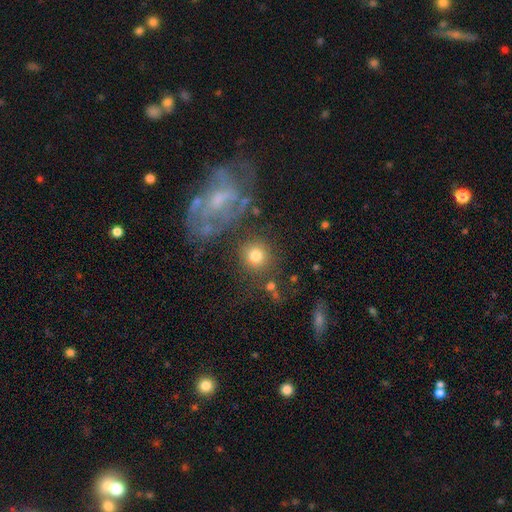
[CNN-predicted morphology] Smooth or featured? smooth (75%)
How rounded? round (91%)
Merging? none (75%)